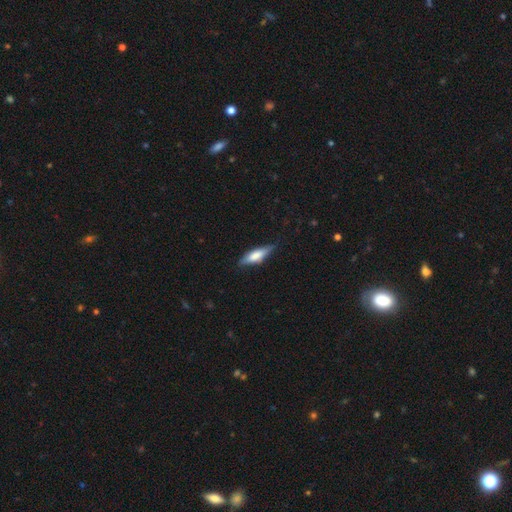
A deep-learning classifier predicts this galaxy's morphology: Smooth or featured?
  - smooth: 59% *
  - featured or disk: 35%
  - star or artifact: 6%
How rounded?
  - cigar-shaped: 58% *
  - in between: 40%
  - round: 2%
Merging?
  - none: 78% *
  - minor disturbance: 17%
  - major disturbance: 3%
  - merger: 1%